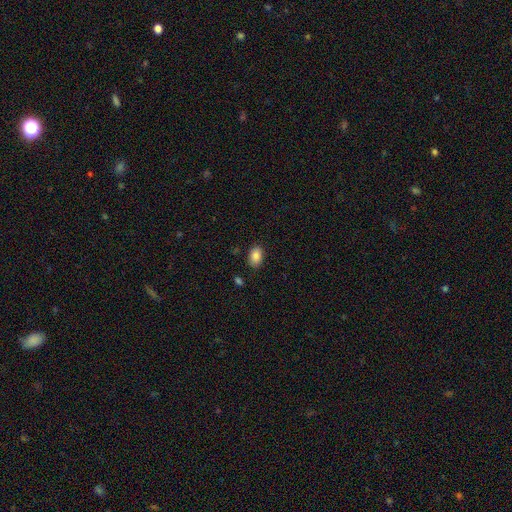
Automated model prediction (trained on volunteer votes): A smooth galaxy with no disk features (86%) that is in between round and cigar-shaped (87%). Merging: none (85%).